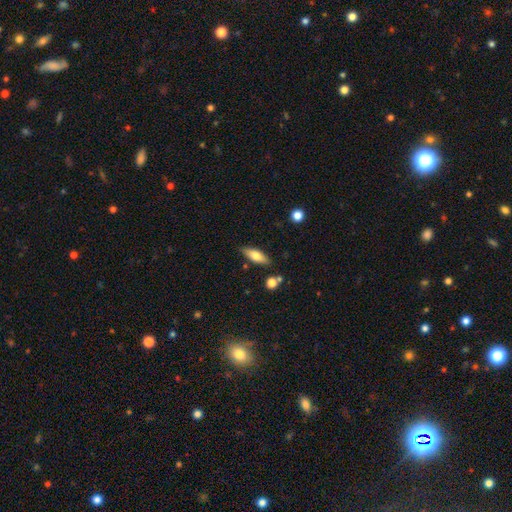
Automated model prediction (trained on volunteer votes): A smooth galaxy with no disk features (68%) that is in between round and cigar-shaped (62%). Merging: none (81%).